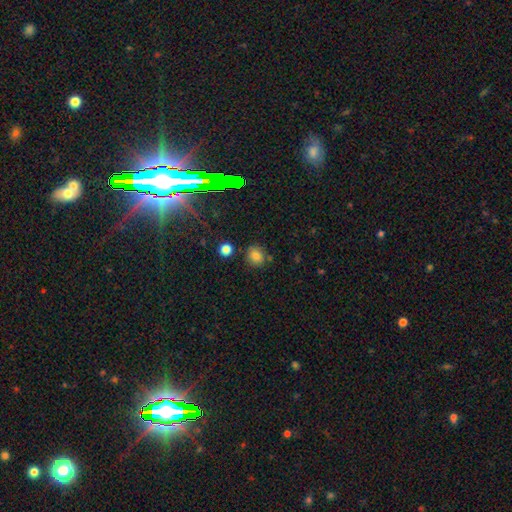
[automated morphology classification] smooth-or-featured: smooth: 79% | star or artifact: 15% | featured or disk: 6%
  how-rounded: round: 74% | in between: 25% | cigar-shaped: 1%
  merging: none: 80% | minor disturbance: 12% | merger: 6% | major disturbance: 3%